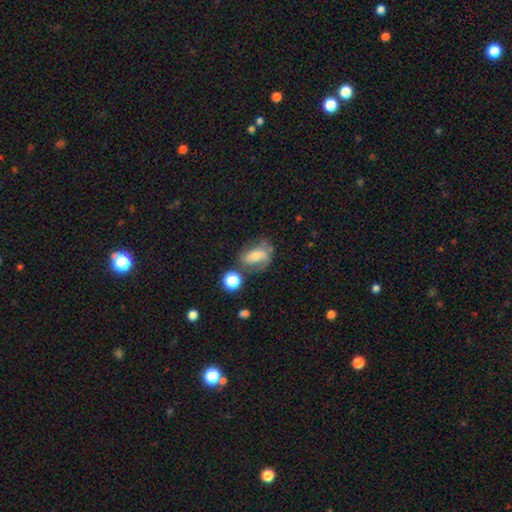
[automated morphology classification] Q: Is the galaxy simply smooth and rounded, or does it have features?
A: smooth — 44%, tied with featured or disk.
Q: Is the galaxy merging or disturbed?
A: none — 43%.